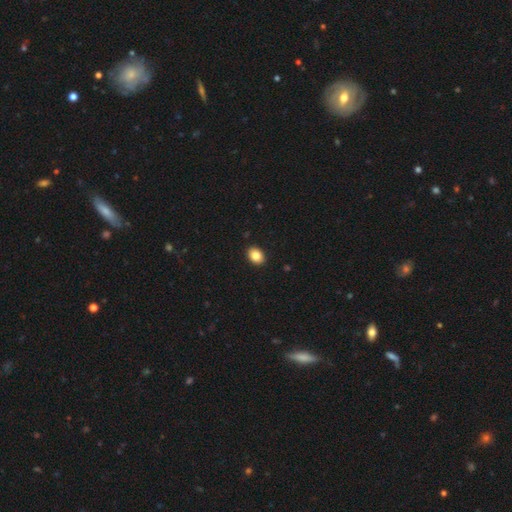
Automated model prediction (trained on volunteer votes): smooth 85%, star or artifact 9%, featured or disk 7%. Down the decision tree: how rounded — in between (69%); merging — none (91%).